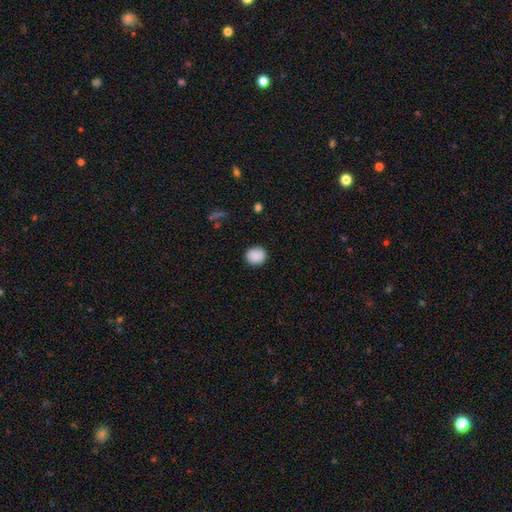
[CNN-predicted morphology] Smooth or featured?
  - smooth: 85% *
  - star or artifact: 8%
  - featured or disk: 7%
How rounded?
  - round: 79% *
  - in between: 20%
  - cigar-shaped: 1%
Merging?
  - none: 84% *
  - minor disturbance: 12%
  - major disturbance: 3%
  - merger: 1%